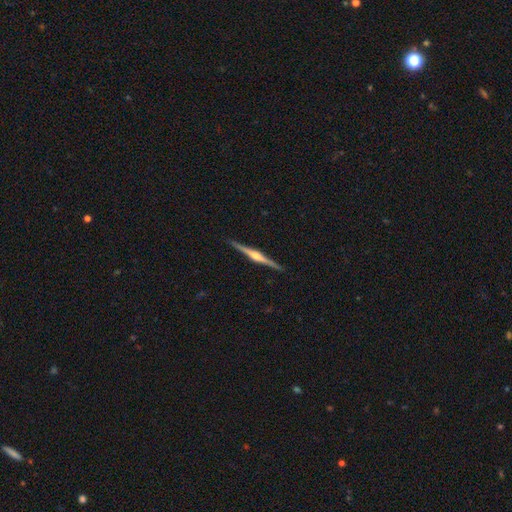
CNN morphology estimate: Smooth or featured? Predicted: featured or disk (p=0.85). Edge-on disk? Predicted: yes (p=0.99). Edge-on bulge? Predicted: rounded (p=0.90). Merging? Predicted: none (p=0.92).